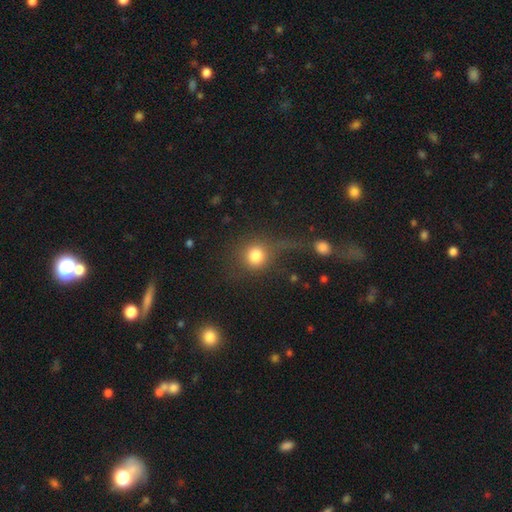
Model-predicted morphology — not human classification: Smooth or featured? Predicted: smooth (p=0.78). How rounded? Predicted: round (p=0.87). Merging? Predicted: none (p=0.52).